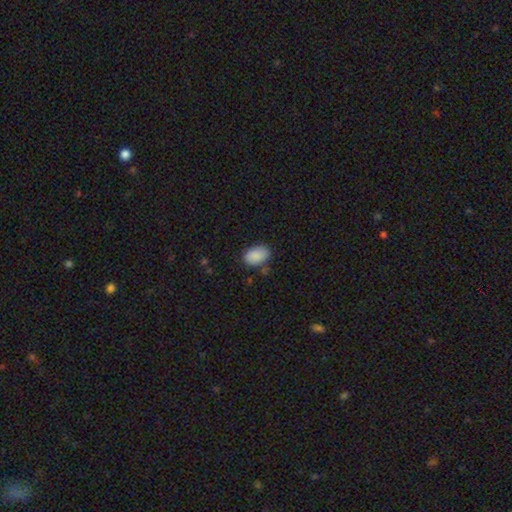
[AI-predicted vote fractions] Smooth or featured? smooth (89%)
How rounded? in between (90%)
Merging? none (76%)